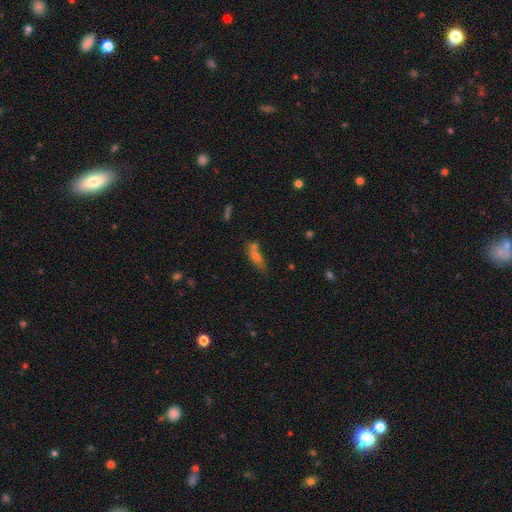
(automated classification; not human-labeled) A smooth galaxy with no disk features (60%) that is in between round and cigar-shaped (51%).

Vote fractions:
- Smooth or featured? smooth: 60% / featured or disk: 26% / star or artifact: 14%
- How rounded? in between: 51% / cigar-shaped: 44% / round: 6%
- Merging? none: 50% / merger: 27% / minor disturbance: 16% / major disturbance: 6%